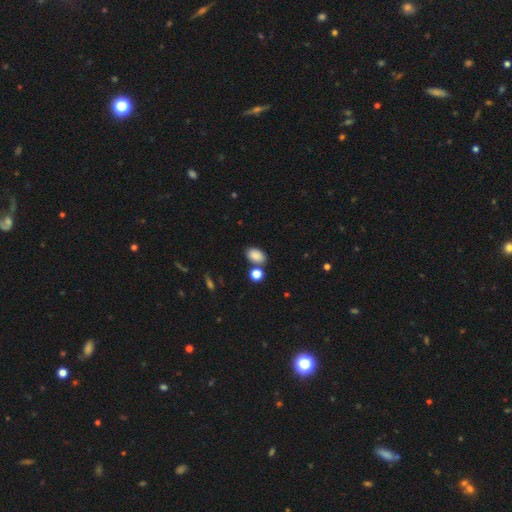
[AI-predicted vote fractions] Smooth or featured?
  - smooth: 85% *
  - star or artifact: 10%
  - featured or disk: 5%
How rounded?
  - in between: 85% *
  - round: 14%
  - cigar-shaped: 1%
Merging?
  - none: 71% *
  - merger: 13%
  - minor disturbance: 12%
  - major disturbance: 3%